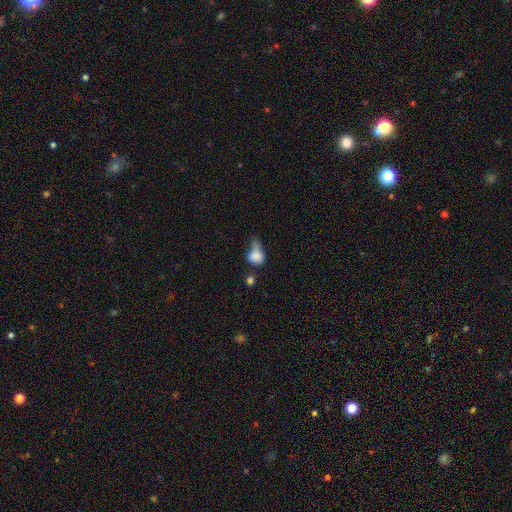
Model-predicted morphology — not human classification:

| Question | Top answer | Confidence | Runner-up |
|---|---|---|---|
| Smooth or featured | smooth | 77% | featured or disk (12%) |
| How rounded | in between | 54% | round (44%) |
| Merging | major disturbance | 32% | minor disturbance (29%) |